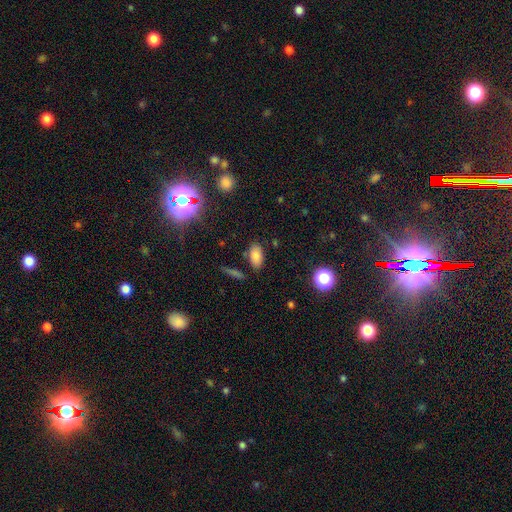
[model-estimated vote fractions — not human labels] The model was most divided on "smooth or featured": smooth: 81%, star or artifact: 12%, featured or disk: 7%. More confident: how rounded — in between (91%); merging — none (82%).